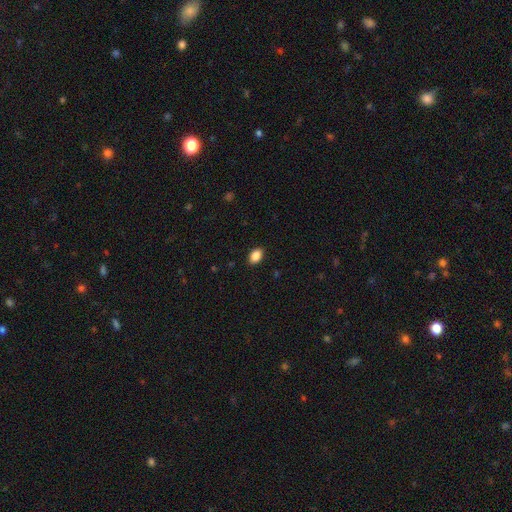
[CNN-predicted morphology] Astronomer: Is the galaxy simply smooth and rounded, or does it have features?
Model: smooth — 88%.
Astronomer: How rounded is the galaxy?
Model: in between — 87%.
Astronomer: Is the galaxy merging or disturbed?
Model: none — 89%.